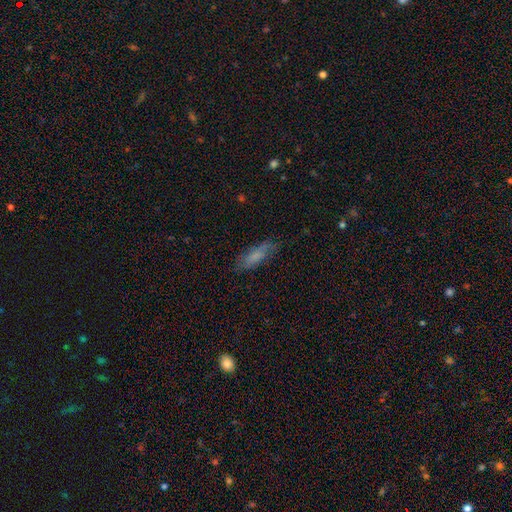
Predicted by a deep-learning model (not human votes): Smooth or featured?
  - smooth: 68% *
  - featured or disk: 23%
  - star or artifact: 9%
How rounded?
  - in between: 55% *
  - cigar-shaped: 43%
  - round: 2%
Merging?
  - none: 70% *
  - minor disturbance: 22%
  - major disturbance: 7%
  - merger: 2%